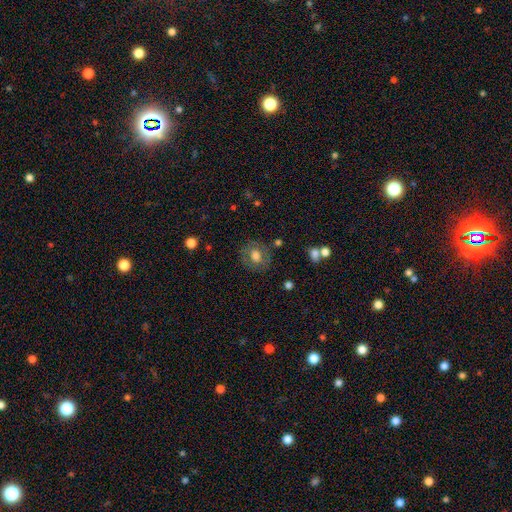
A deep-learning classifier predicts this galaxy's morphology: This appears to be a smooth galaxy with no disk features (63%) that is round (73%). Merging: none (78%).